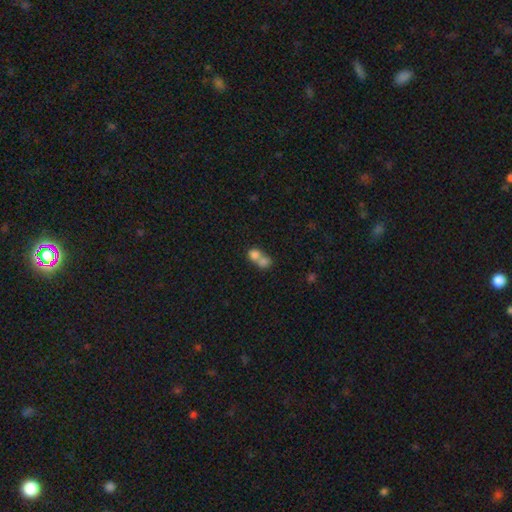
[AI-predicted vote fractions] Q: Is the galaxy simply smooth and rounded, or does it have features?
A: smooth — 77%.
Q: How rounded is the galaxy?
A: round — 68%.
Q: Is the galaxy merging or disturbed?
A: merger — 72%.